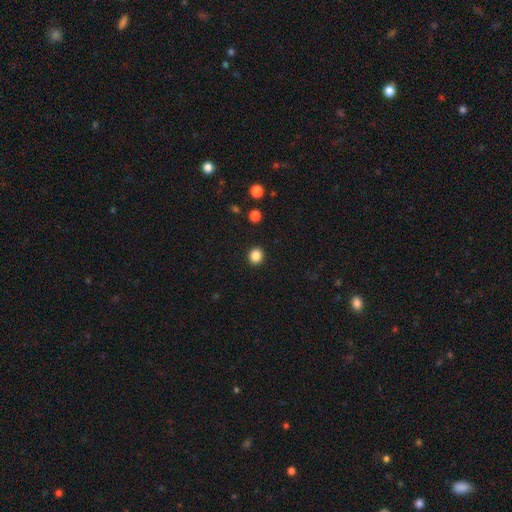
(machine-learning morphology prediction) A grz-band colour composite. It shows a smooth galaxy with no disk features (85%) that is round (81%). Merging: none (92%).